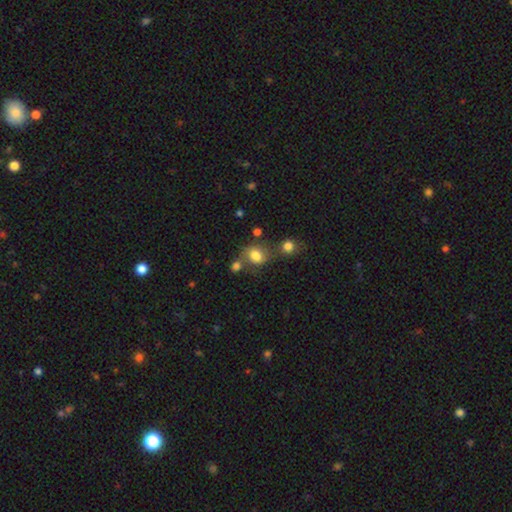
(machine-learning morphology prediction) This appears to be a smooth galaxy with no disk features (76%) that is round (49%, tied with in between). Merging: none (49%).